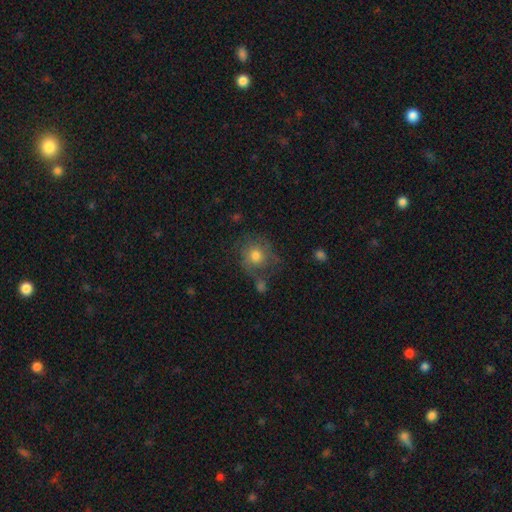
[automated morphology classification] Smooth or featured? smooth (64%)
How rounded? round (79%)
Merging? none (52%)